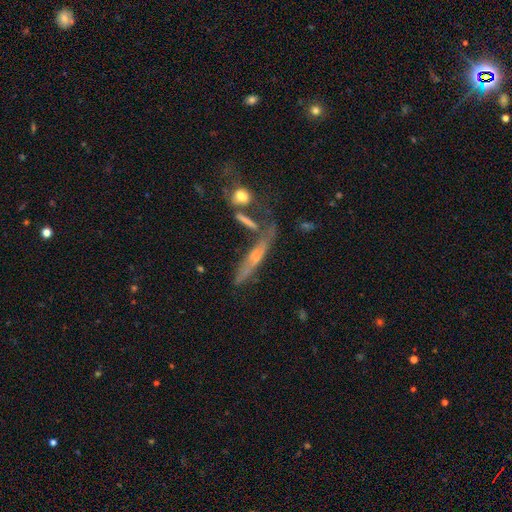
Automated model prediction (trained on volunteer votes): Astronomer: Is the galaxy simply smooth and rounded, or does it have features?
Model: featured or disk — 54% (runner-up: smooth, 36%).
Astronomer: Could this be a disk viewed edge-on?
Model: yes — 76%.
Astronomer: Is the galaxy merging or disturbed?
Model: none — 47%.